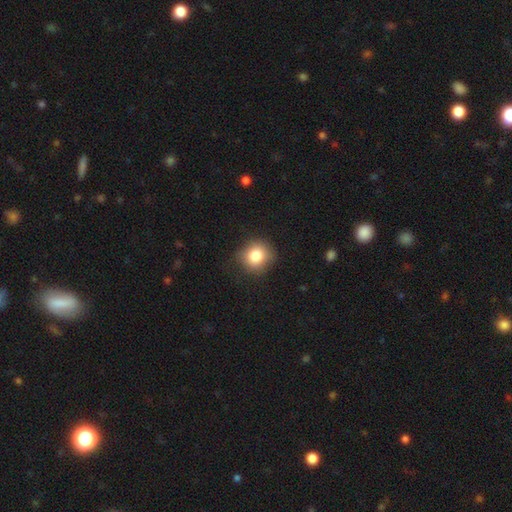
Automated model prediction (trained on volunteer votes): Smooth or featured?
  - smooth: 83% *
  - star or artifact: 10%
  - featured or disk: 7%
How rounded?
  - round: 86% *
  - in between: 13%
  - cigar-shaped: 1%
Merging?
  - none: 83% *
  - minor disturbance: 13%
  - major disturbance: 3%
  - merger: 1%